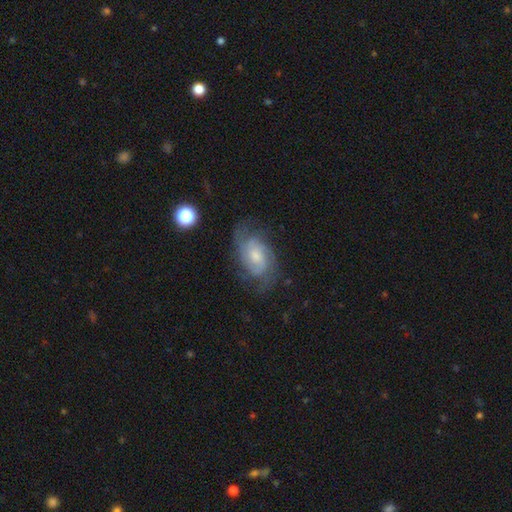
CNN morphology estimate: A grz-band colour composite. It shows a featured or disk galaxy (75%) with no bar (59%), 2 (45%) tight (43%) spiral arms (92%) and a moderate central bulge (45%). Merging: none (62%).